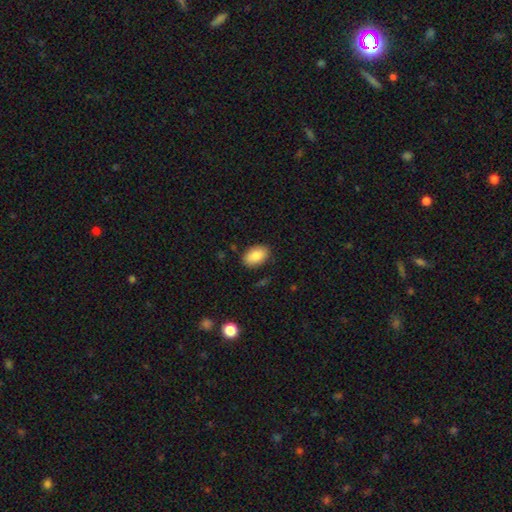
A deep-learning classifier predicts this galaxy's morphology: smooth-or-featured: smooth: 86% | star or artifact: 7% | featured or disk: 7%
  how-rounded: in between: 91% | round: 8% | cigar-shaped: 1%
  merging: none: 87% | minor disturbance: 10% | major disturbance: 2% | merger: 1%